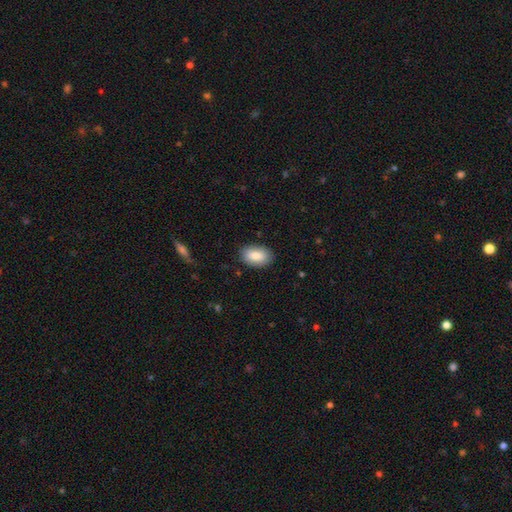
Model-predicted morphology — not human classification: Q: Smooth or featured?
A: smooth (85%); runner-up: featured or disk (8%)
Q: How rounded?
A: in between (91%); runner-up: round (8%)
Q: Merging?
A: none (86%); runner-up: minor disturbance (11%)